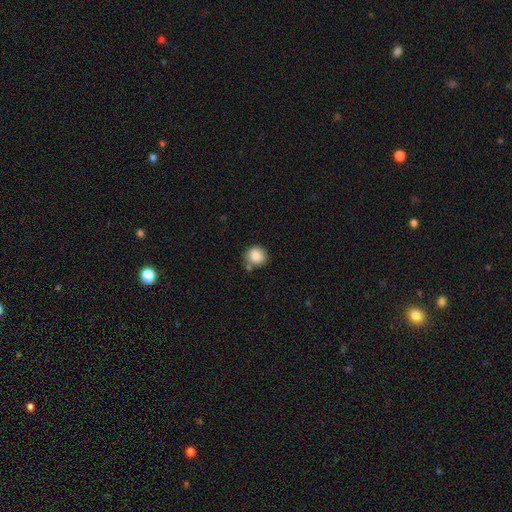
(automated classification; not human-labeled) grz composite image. It shows a smooth galaxy with no disk features (87%) that is round (88%). Merging: none (69%).